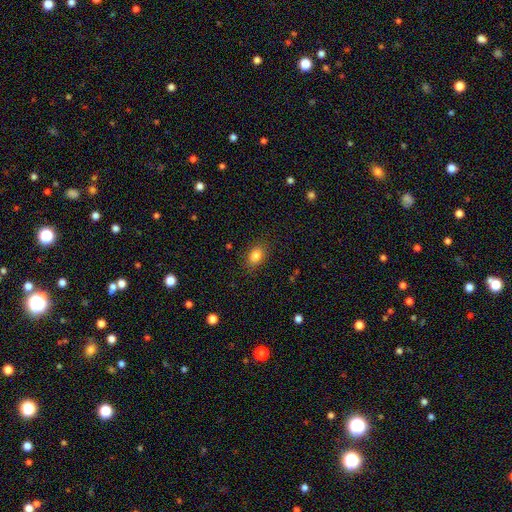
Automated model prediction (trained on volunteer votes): This appears to be a smooth galaxy with no disk features (83%) that is in between round and cigar-shaped (80%). Merging: none (85%).